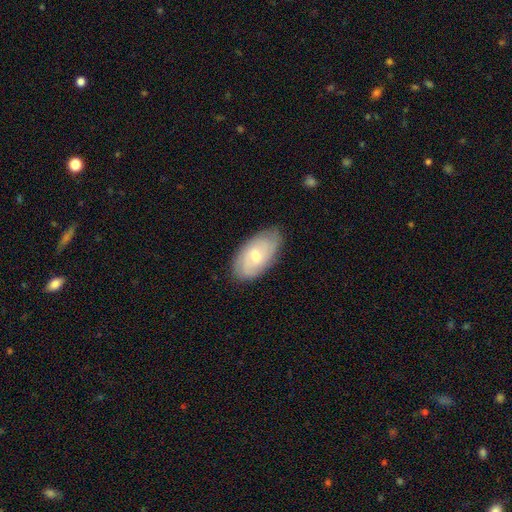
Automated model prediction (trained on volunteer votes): smooth-or-featured: smooth: 49% | featured or disk: 45% | star or artifact: 6%
  merging: none: 77% | minor disturbance: 18% | major disturbance: 4% | merger: 1%